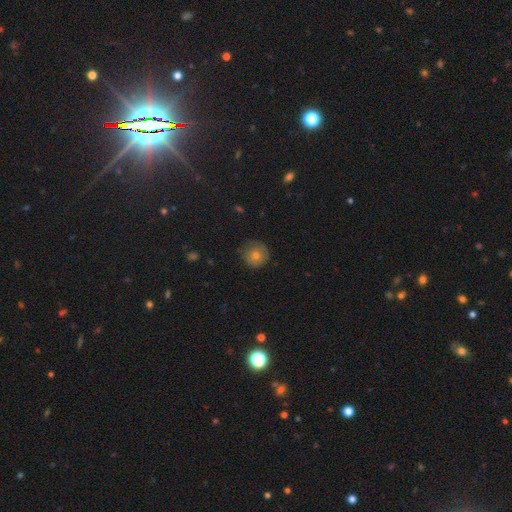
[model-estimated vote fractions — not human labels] A smooth galaxy with no disk features (69%) that is round (94%).

Vote fractions:
- Smooth or featured? smooth: 69% / featured or disk: 16% / star or artifact: 15%
- How rounded? round: 94% / in between: 5% / cigar-shaped: 1%
- Merging? none: 80% / minor disturbance: 15% / major disturbance: 4% / merger: 1%